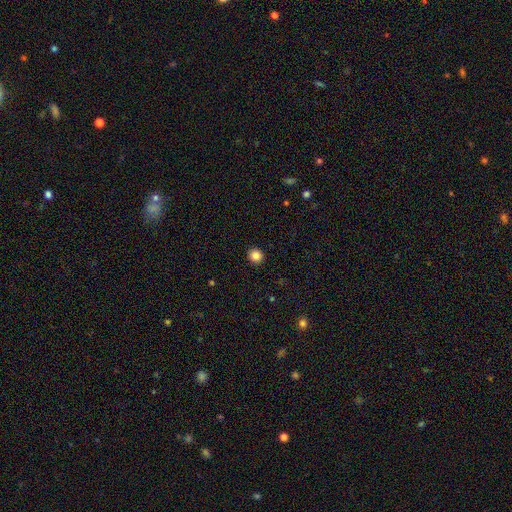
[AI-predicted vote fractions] smooth-or-featured: smooth: 85% | star or artifact: 11% | featured or disk: 4%
  how-rounded: round: 91% | in between: 8% | cigar-shaped: 1%
  merging: none: 93% | minor disturbance: 5% | major disturbance: 2% | merger: 1%